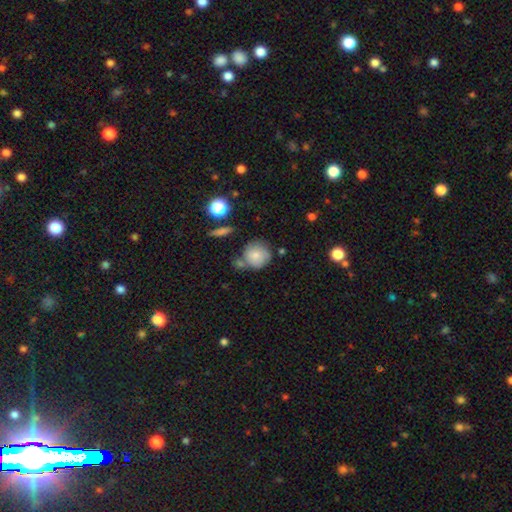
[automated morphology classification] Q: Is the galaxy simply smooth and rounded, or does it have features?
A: smooth — 71%.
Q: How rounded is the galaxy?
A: round — 88%.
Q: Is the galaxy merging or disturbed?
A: none — 57%.